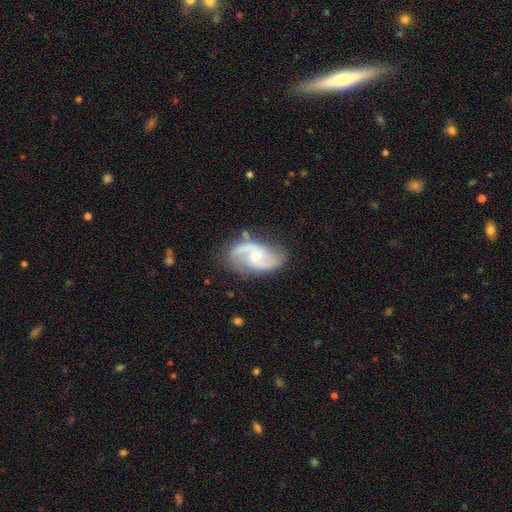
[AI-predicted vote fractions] This is clearly a featured or disk galaxy (84%). It is clearly not viewed edge-on (96%). Bar: possibly no (59%). Spiral arm pattern: clearly yes (95%). Spiral arm count: clearly 2 (89%). Spiral winding: possibly medium (46%). Central bulge: possibly small (50%). Merging: likely none (76%).